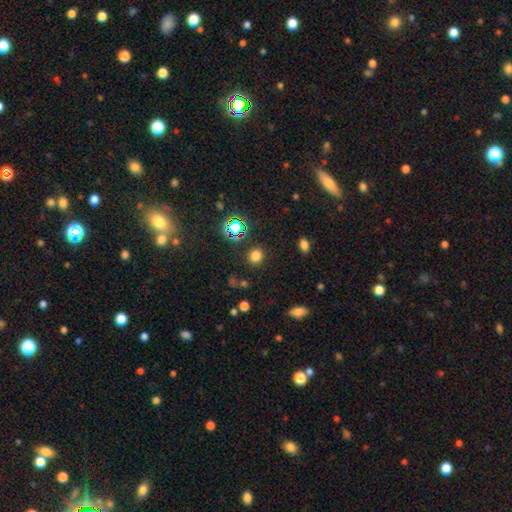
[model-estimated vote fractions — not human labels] Q: Smooth or featured?
A: smooth (74%); runner-up: star or artifact (21%)
Q: How rounded?
A: round (82%); runner-up: in between (17%)
Q: Merging?
A: none (87%); runner-up: minor disturbance (7%)